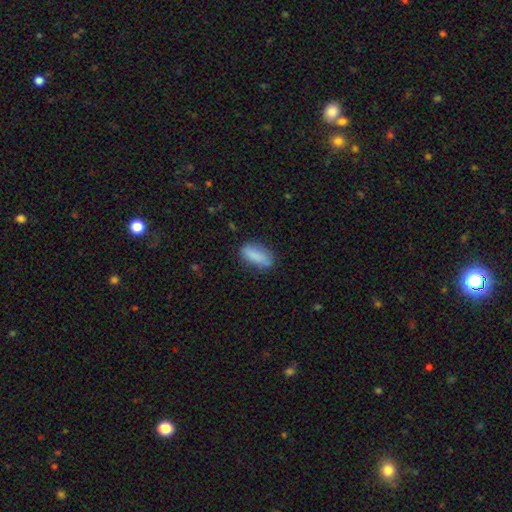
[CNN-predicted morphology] Smooth or featured? smooth (85%)
How rounded? in between (79%)
Merging? none (71%)